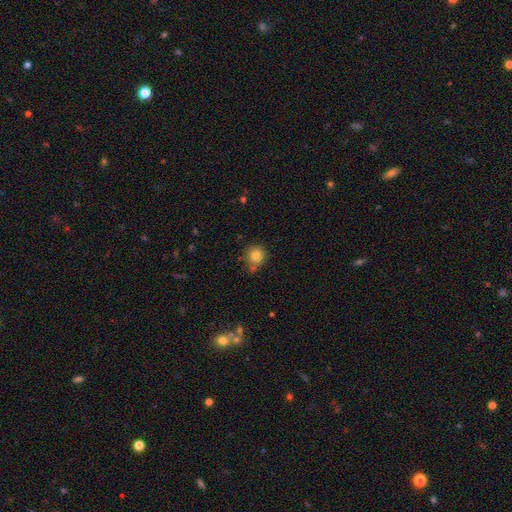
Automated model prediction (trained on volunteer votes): smooth 80%, star or artifact 11%, featured or disk 8%. Down the decision tree: how rounded — round (90%); merging — none (71%).